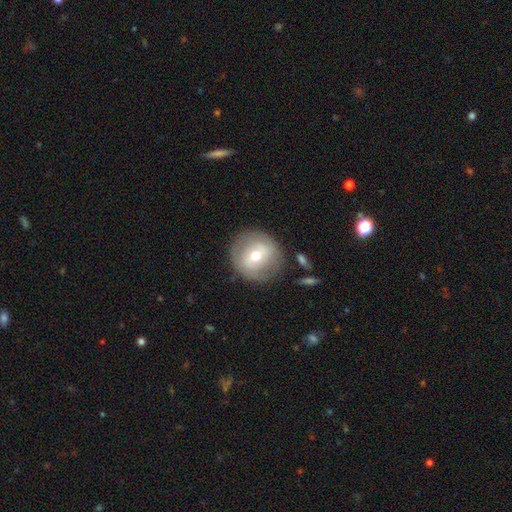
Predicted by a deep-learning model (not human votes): Smooth or featured? Predicted: smooth (p=0.49). Merging? Predicted: none (p=0.81).